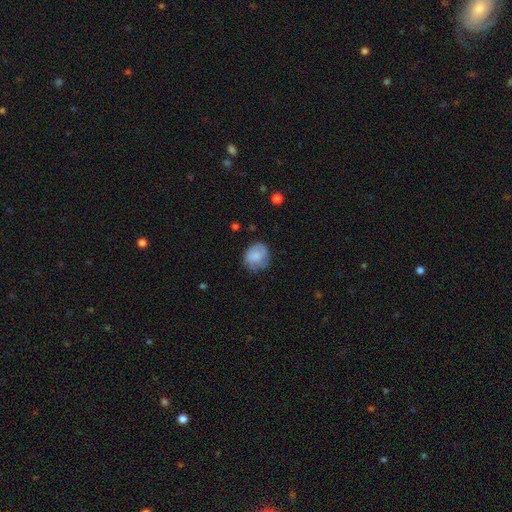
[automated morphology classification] type=smooth (68%); roundness=round (70%); merging=none (62%).